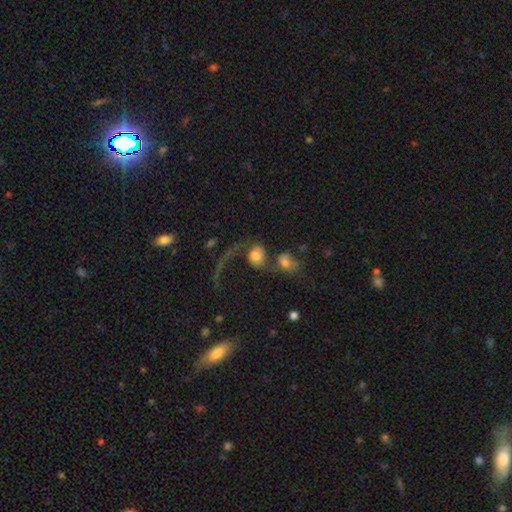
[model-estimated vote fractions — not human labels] This appears to be a smooth galaxy with no disk features (56%) that is round (61%). Merging: merger (44%).